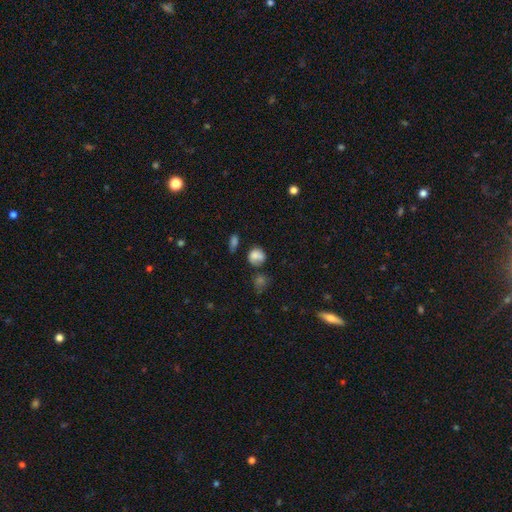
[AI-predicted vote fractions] Q: Smooth or featured?
A: smooth (75%); runner-up: featured or disk (13%)
Q: How rounded?
A: round (70%); runner-up: in between (29%)
Q: Merging?
A: none (51%); runner-up: minor disturbance (23%)